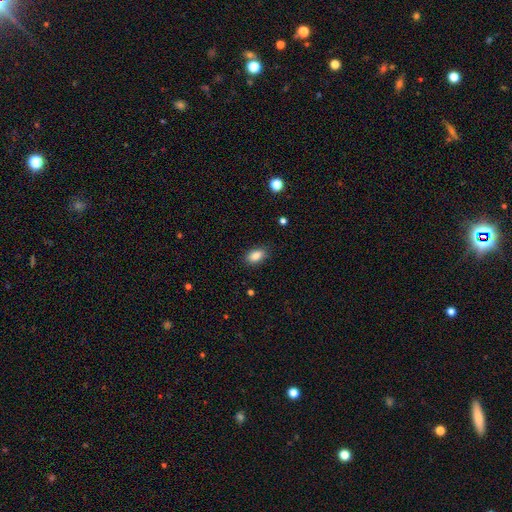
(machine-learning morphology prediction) Smooth or featured? smooth (87%)
How rounded? in between (90%)
Merging? none (86%)